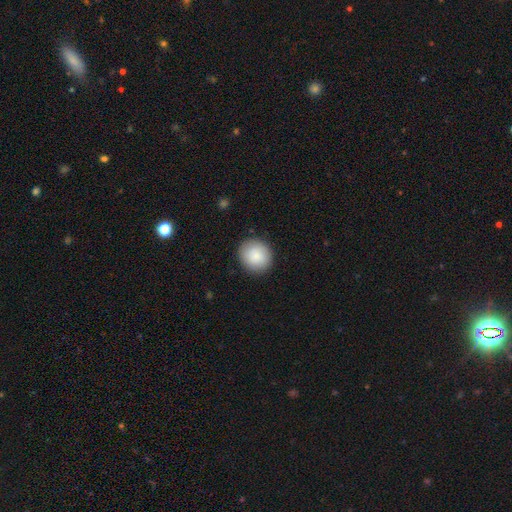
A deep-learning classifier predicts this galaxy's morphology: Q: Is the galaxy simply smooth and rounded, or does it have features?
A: smooth — 88%.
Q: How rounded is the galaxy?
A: round — 87%.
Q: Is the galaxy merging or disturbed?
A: none — 90%.